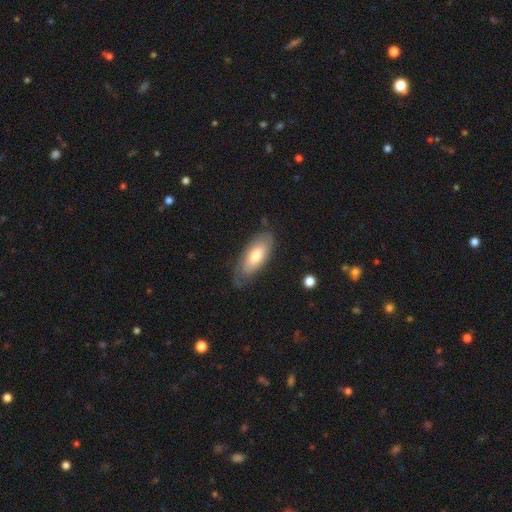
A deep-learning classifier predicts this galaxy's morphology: Q: Smooth or featured?
A: smooth (62%); runner-up: featured or disk (33%)
Q: How rounded?
A: in between (83%); runner-up: cigar-shaped (15%)
Q: Merging?
A: none (68%); runner-up: minor disturbance (24%)